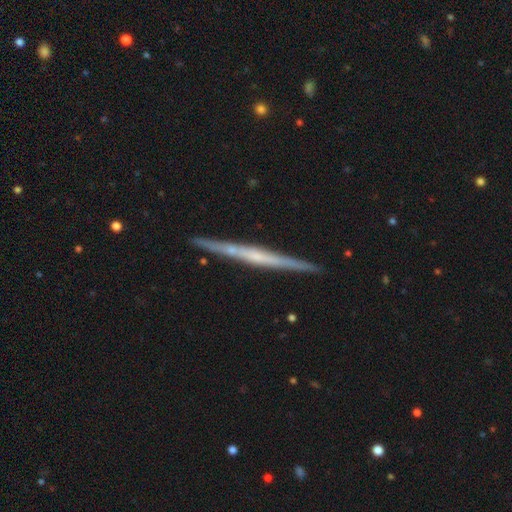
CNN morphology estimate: smooth_or_featured: featured or disk (p=0.72) [alt: smooth p=0.23]
disk_edge_on: yes (p=0.98) [alt: no p=0.02]
edge_on_bulge: none (p=0.63) [alt: rounded p=0.24]
merging: none (p=0.90) [alt: minor disturbance p=0.07]